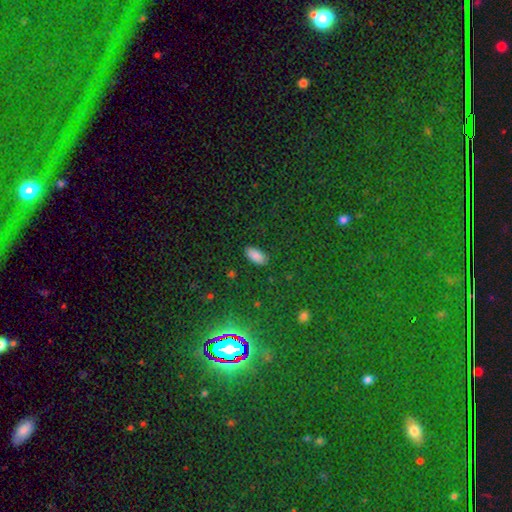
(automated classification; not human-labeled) This appears to be a smooth galaxy with no disk features (82%) that is in between round and cigar-shaped (92%). Merging: none (87%).